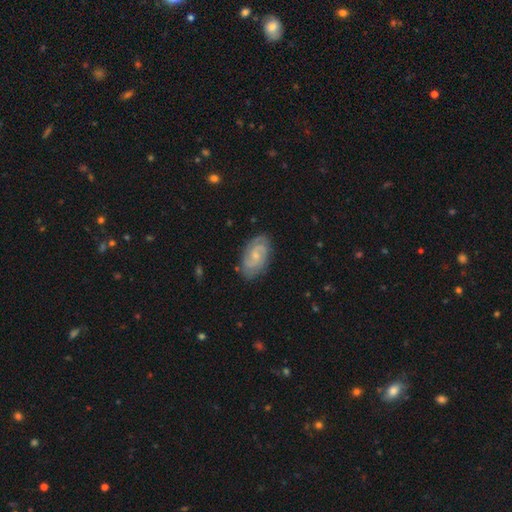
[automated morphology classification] type=featured or disk (80%); edge-on=no (97%); bar=no (52%); spiral arms=yes (96%); winding=tight (49%); arm count=2 (74%); bulge=small (63%); merging=none (81%).